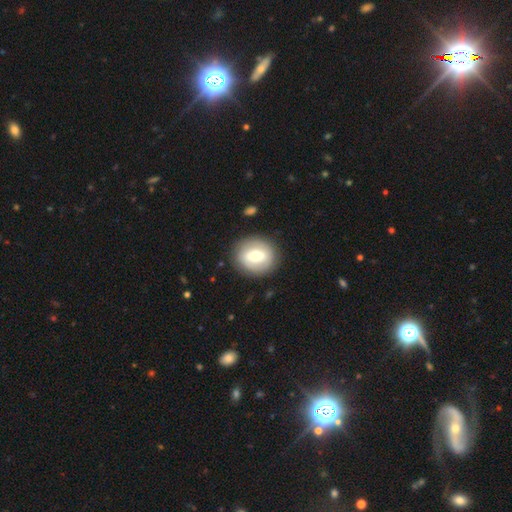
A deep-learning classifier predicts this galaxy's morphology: Smooth or featured: smooth — 55% (featured or disk — 38%)
How rounded: round — 75% (in between — 24%)
Merging: none — 86% (minor disturbance — 9%)